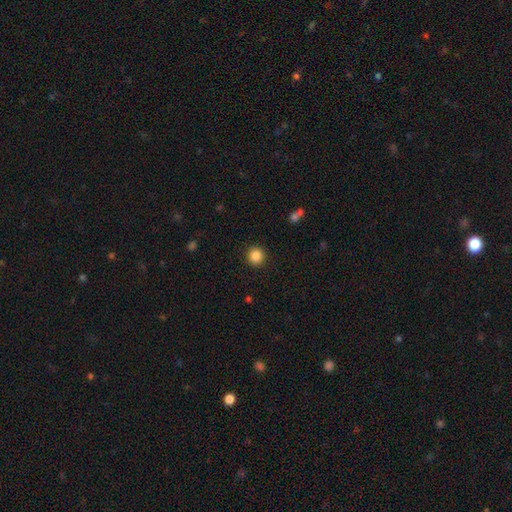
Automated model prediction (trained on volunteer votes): Morphology: type=smooth (86%); roundness=round (93%); merging=none (92%).